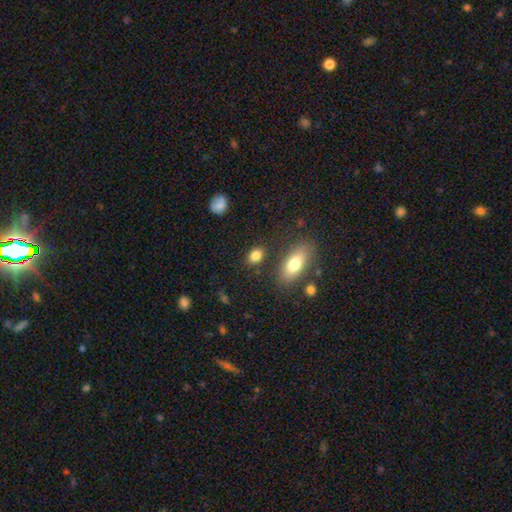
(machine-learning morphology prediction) Overall: smooth (84%). How rounded: in between (75%). Merging: none (82%).